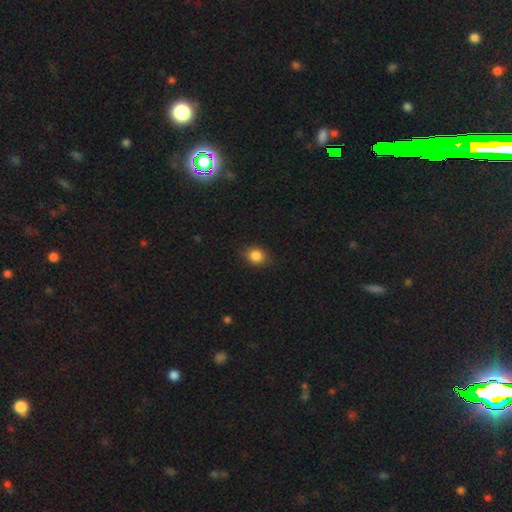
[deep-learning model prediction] Overall: smooth (86%). How rounded: round (56%; in between 43%). Merging: none (85%).